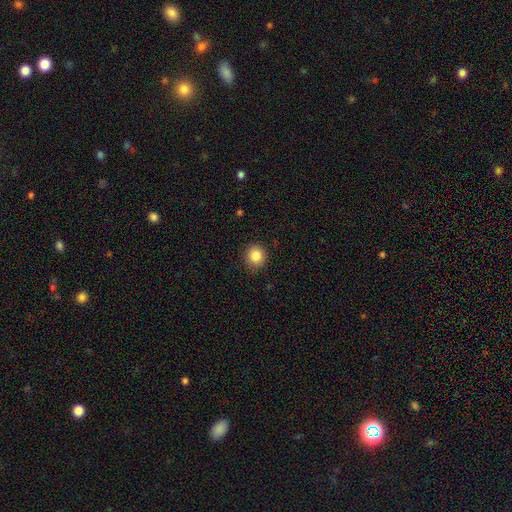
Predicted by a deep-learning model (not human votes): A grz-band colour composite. It shows a smooth galaxy with no disk features (85%) that is round (88%). Merging: none (88%).